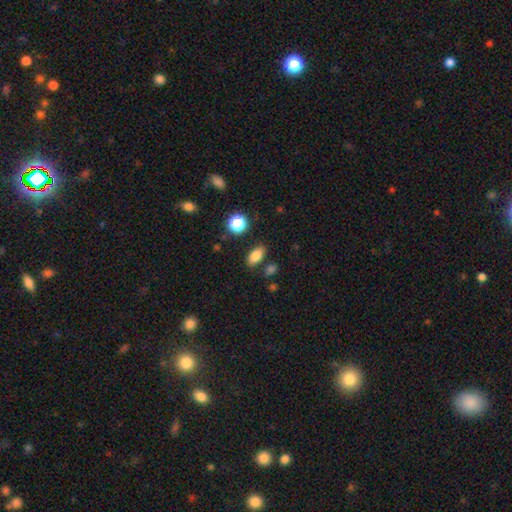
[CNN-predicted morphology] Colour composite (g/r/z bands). It shows a smooth galaxy with no disk features (83%) that is in between round and cigar-shaped (85%). Merging: none (82%).